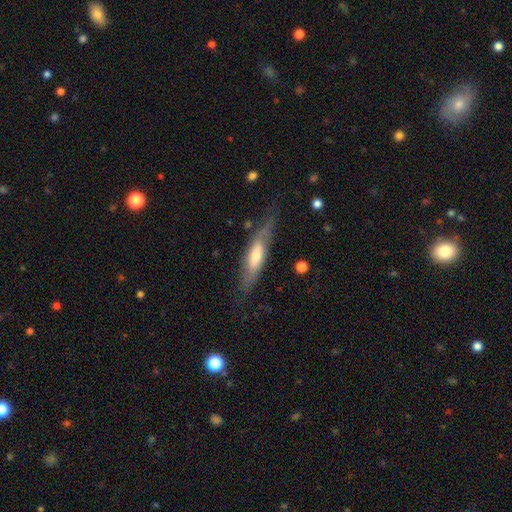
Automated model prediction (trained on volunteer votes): This is possibly a featured or disk galaxy (51%). It is possibly viewed edge-on (59%). Merging: likely none (64%).